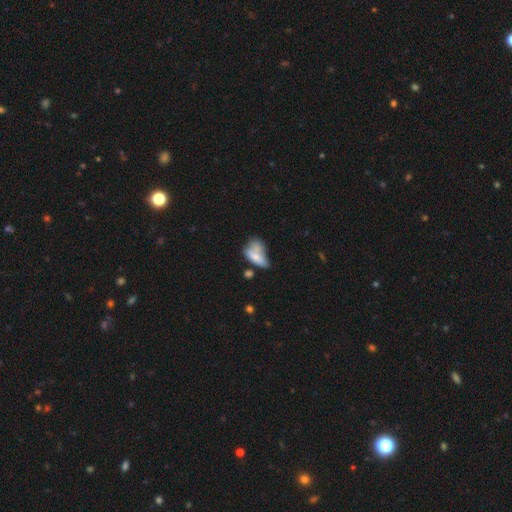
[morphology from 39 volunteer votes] Q: Smooth or featured?
A: smooth (74%); runner-up: featured or disk (23%)
Q: How rounded?
A: in between (62%); runner-up: cigar-shaped (34%)
Q: Merging?
A: merger (55%); runner-up: none (32%)